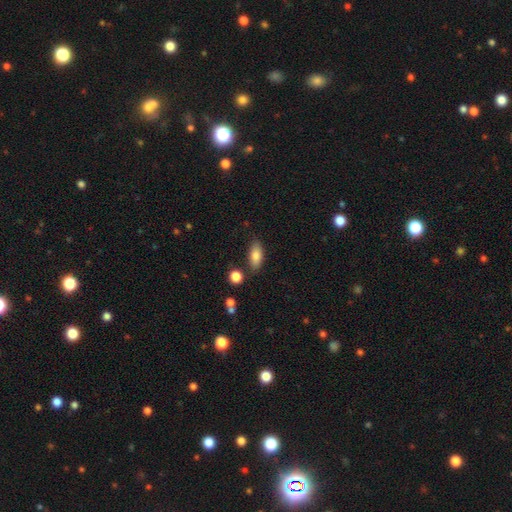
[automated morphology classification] A smooth galaxy with no disk features (81%) that is in between round and cigar-shaped (83%).

Vote fractions:
- Smooth or featured? smooth: 81% / featured or disk: 11% / star or artifact: 7%
- How rounded? in between: 83% / cigar-shaped: 13% / round: 4%
- Merging? none: 78% / minor disturbance: 14% / merger: 4% / major disturbance: 3%